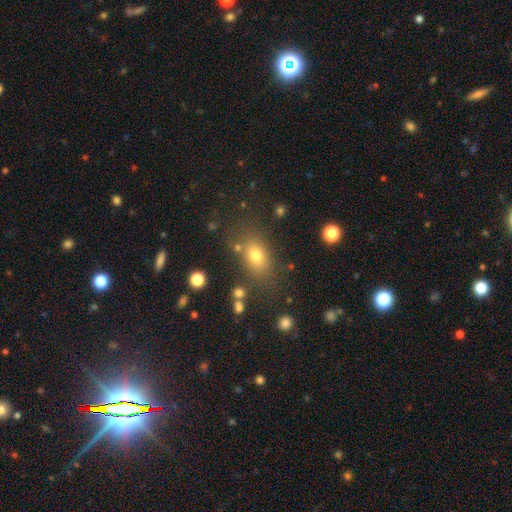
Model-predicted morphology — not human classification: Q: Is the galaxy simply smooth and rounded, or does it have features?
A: smooth — 73%.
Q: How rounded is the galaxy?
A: in between — 70%.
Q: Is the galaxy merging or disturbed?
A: none — 75%.